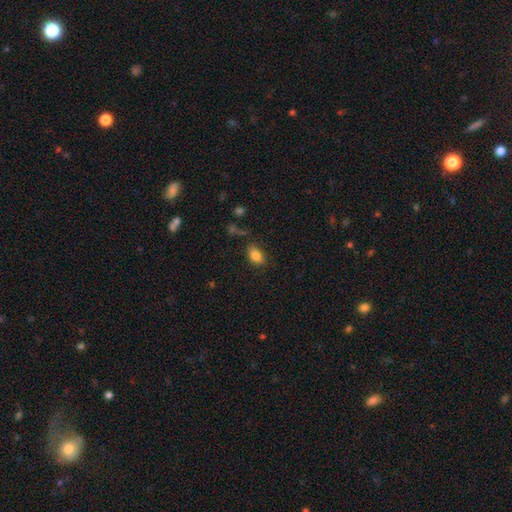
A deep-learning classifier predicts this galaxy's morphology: Smooth or featured? smooth (83%)
How rounded? in between (85%)
Merging? none (77%)